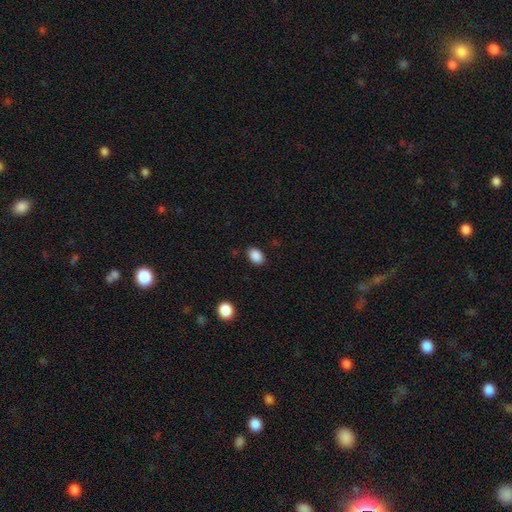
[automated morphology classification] Q: Smooth or featured?
A: smooth (88%); runner-up: star or artifact (9%)
Q: How rounded?
A: in between (76%); runner-up: round (23%)
Q: Merging?
A: none (86%); runner-up: minor disturbance (10%)